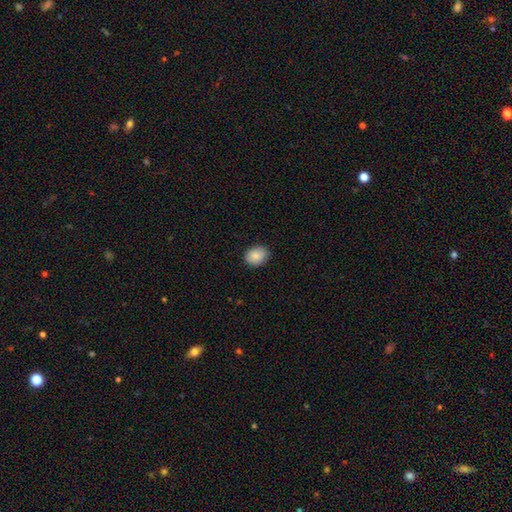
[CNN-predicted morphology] A smooth galaxy with no disk features (88%) that is in between round and cigar-shaped (51%).

Vote fractions:
- Smooth or featured? smooth: 88% / star or artifact: 7% / featured or disk: 5%
- How rounded? in between: 51% / round: 48% / cigar-shaped: 1%
- Merging? none: 87% / minor disturbance: 10% / major disturbance: 2% / merger: 1%